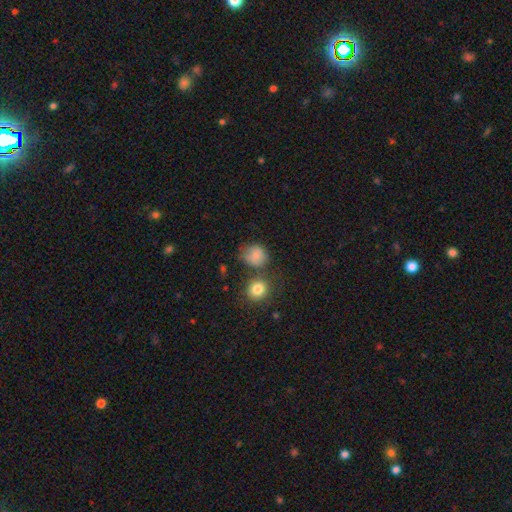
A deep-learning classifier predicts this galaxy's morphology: This appears to be a smooth galaxy with no disk features (81%) that is round (79%). Merging: none (63%).